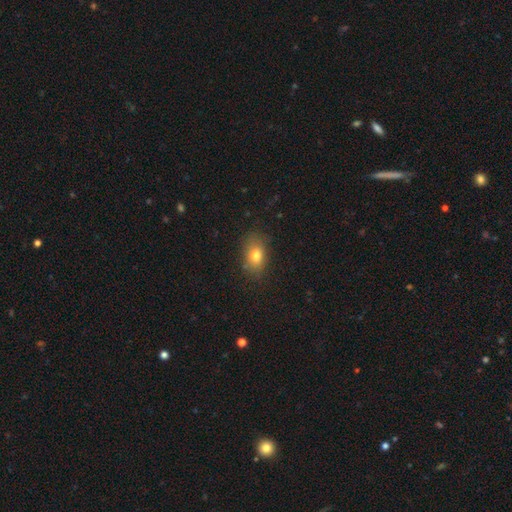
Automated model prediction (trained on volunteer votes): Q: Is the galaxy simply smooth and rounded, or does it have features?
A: smooth — 78%.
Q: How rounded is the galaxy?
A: in between — 78%.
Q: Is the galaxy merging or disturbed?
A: none — 77%.